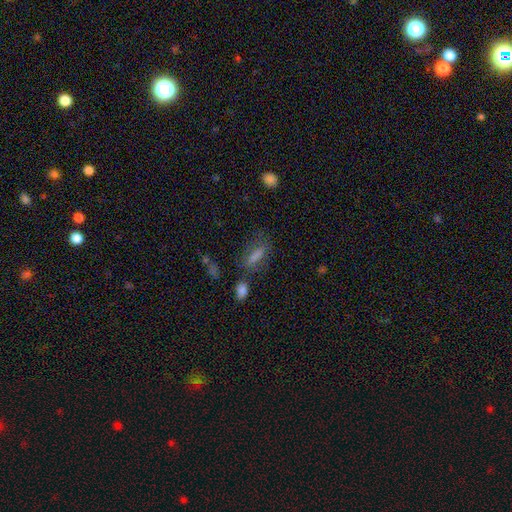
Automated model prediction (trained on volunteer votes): This appears to be a smooth galaxy with no disk features (65%) that is cigar-shaped (50%). Merging: none (62%).